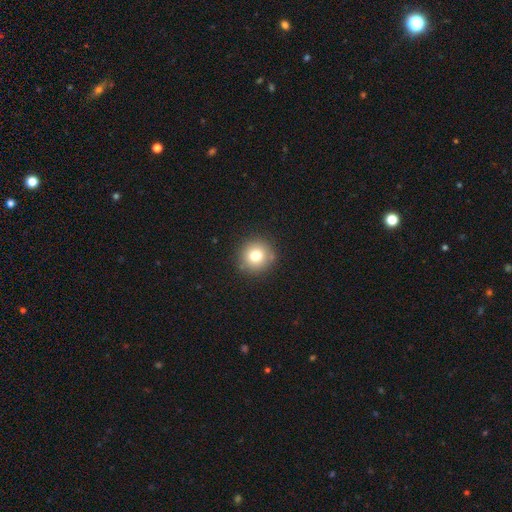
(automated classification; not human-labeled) Smooth or featured? smooth (77%)
How rounded? round (93%)
Merging? none (87%)